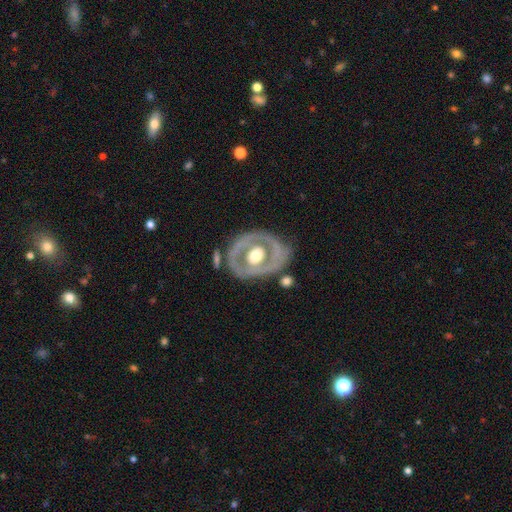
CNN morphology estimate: Overall: featured or disk (74%). Edge-on disk: no (95%). Bar: no (74%). Spiral arms: no (67%; yes 33%). Bulge size: moderate (60%; large 31%). Merging: none (68%).